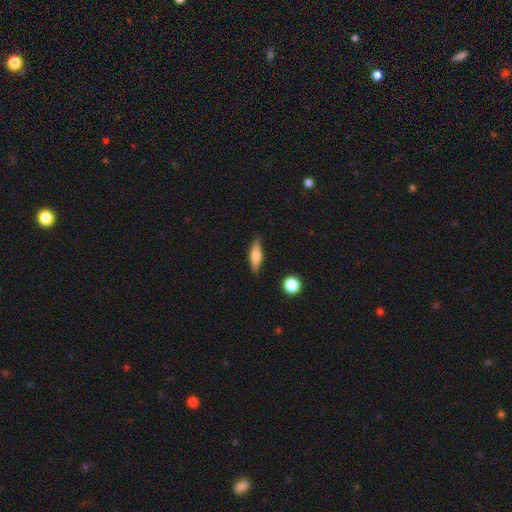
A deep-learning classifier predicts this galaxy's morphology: A smooth galaxy with no disk features (55%) that is cigar-shaped (58%). Merging: none (85%).